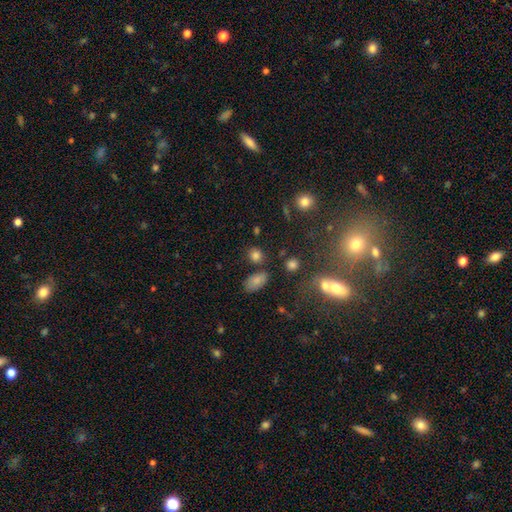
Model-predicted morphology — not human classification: Smooth or featured?
  - smooth: 81% *
  - star or artifact: 13%
  - featured or disk: 6%
How rounded?
  - round: 64% *
  - in between: 34%
  - cigar-shaped: 2%
Merging?
  - none: 77% *
  - minor disturbance: 11%
  - merger: 9%
  - major disturbance: 4%